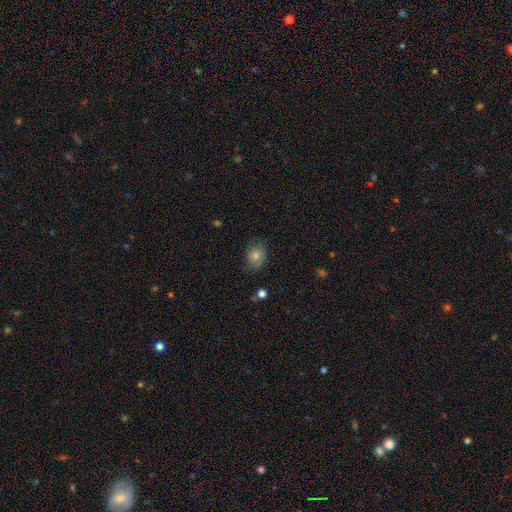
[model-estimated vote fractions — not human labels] A smooth galaxy with no disk features (72%) that is round (54%). Merging: none (78%).